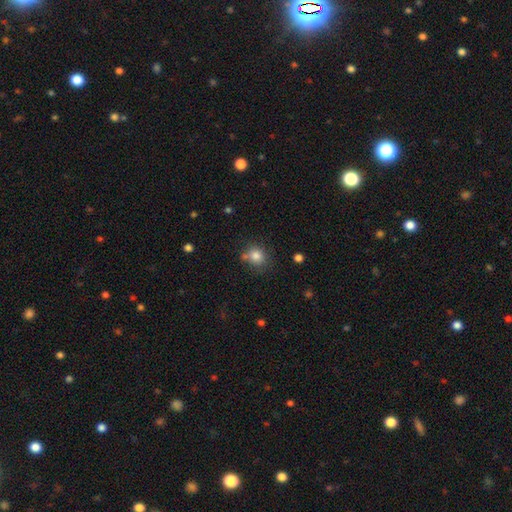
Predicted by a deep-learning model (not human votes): Smooth or featured: smooth — 82% (star or artifact — 11%)
How rounded: round — 76% (in between — 23%)
Merging: none — 66% (minor disturbance — 17%)